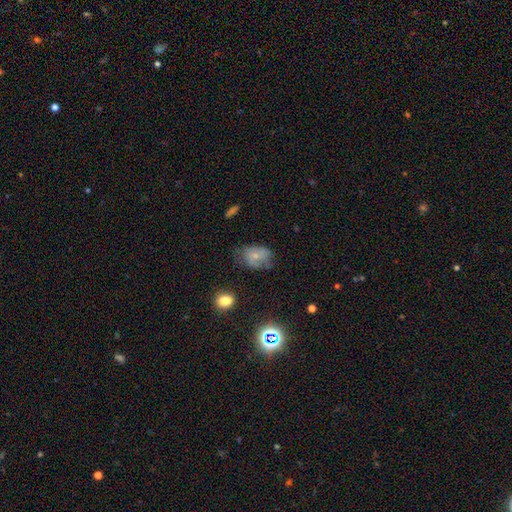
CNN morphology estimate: A smooth galaxy with no disk features (56%) that is in between round and cigar-shaped (72%).

Vote fractions:
- Smooth or featured? smooth: 56% / featured or disk: 32% / star or artifact: 12%
- How rounded? in between: 72% / round: 27% / cigar-shaped: 1%
- Merging? none: 48% / minor disturbance: 32% / major disturbance: 17% / merger: 3%